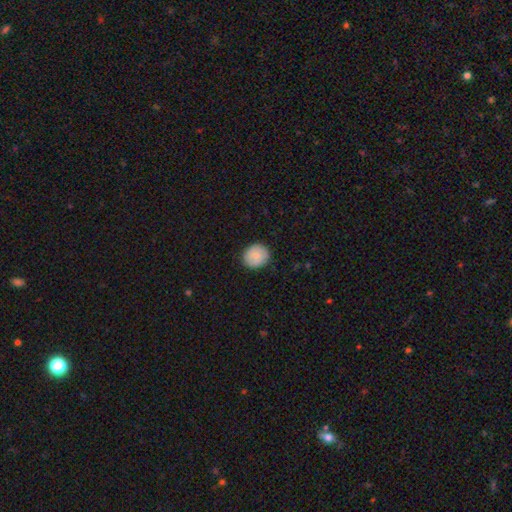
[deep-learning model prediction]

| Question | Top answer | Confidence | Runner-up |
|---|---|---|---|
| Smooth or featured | smooth | 70% | featured or disk (23%) |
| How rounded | round | 78% | in between (21%) |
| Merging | none | 86% | minor disturbance (11%) |